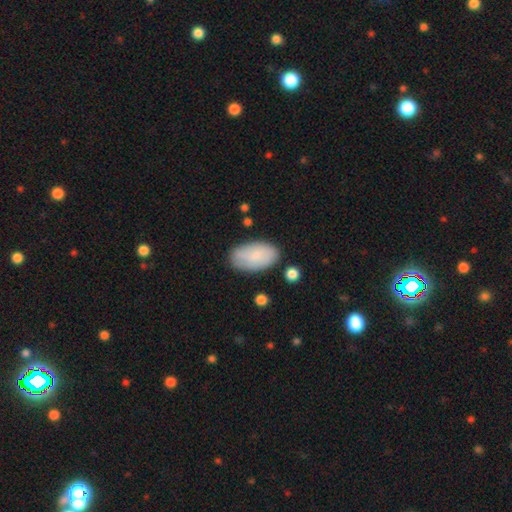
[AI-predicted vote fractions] Smooth or featured?
  - smooth: 75% *
  - featured or disk: 18%
  - star or artifact: 7%
How rounded?
  - in between: 95% *
  - round: 4%
  - cigar-shaped: 2%
Merging?
  - none: 75% *
  - minor disturbance: 18%
  - major disturbance: 4%
  - merger: 3%